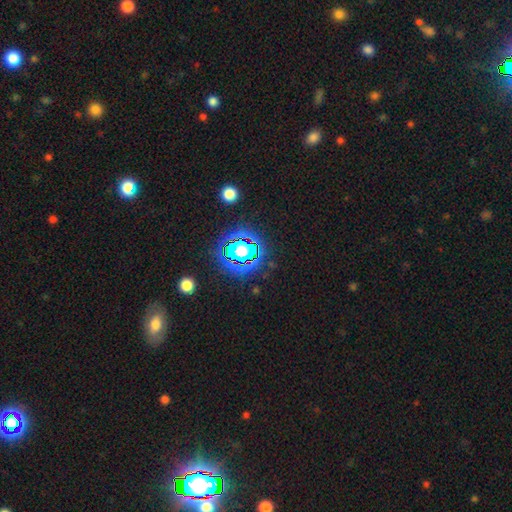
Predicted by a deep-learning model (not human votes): Smooth or featured? Predicted: star or artifact (p=0.77).